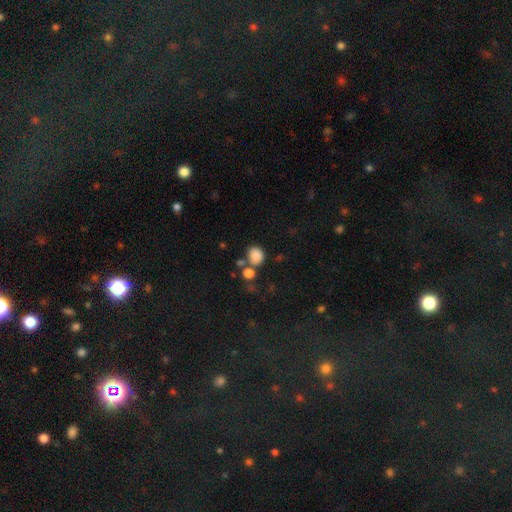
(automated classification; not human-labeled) Q: Smooth or featured?
A: smooth (84%); runner-up: star or artifact (10%)
Q: How rounded?
A: round (71%); runner-up: in between (28%)
Q: Merging?
A: none (59%); runner-up: merger (23%)